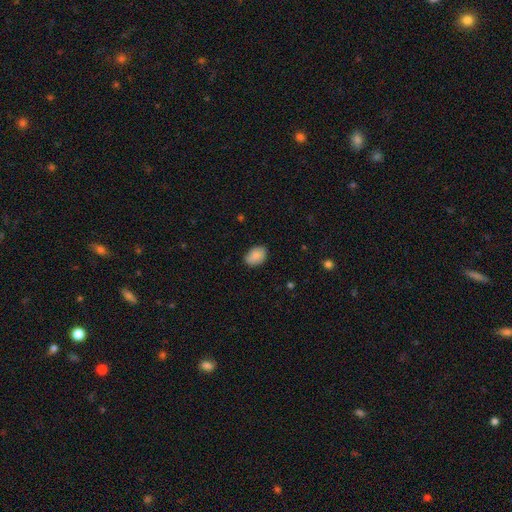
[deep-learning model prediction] Smooth or featured: smooth — 86% (featured or disk — 7%)
How rounded: in between — 84% (round — 15%)
Merging: none — 81% (minor disturbance — 16%)